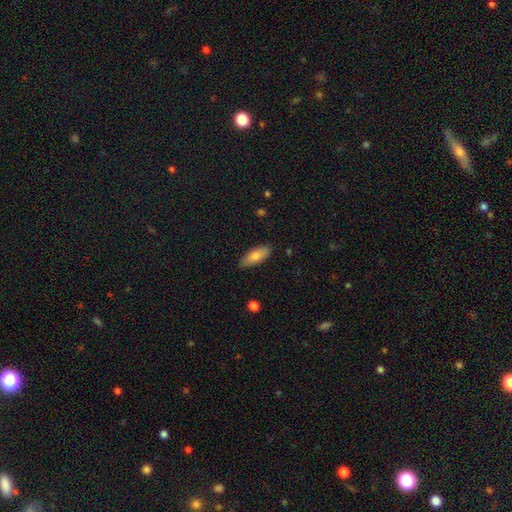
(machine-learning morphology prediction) smooth-or-featured: smooth: 77% | featured or disk: 17% | star or artifact: 6%
  how-rounded: in between: 78% | cigar-shaped: 20% | round: 2%
  merging: none: 83% | minor disturbance: 13% | major disturbance: 2% | merger: 1%